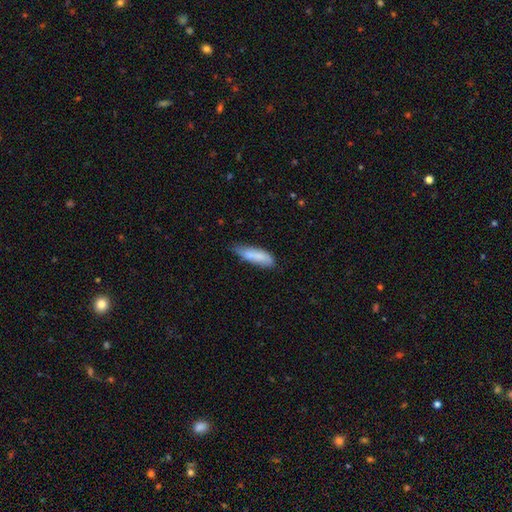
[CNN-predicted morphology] smooth_or_featured: smooth (p=0.78) [alt: featured or disk p=0.15]
how_rounded: cigar-shaped (p=0.53) [alt: in between p=0.45]
merging: none (p=0.54) [alt: minor disturbance p=0.36]